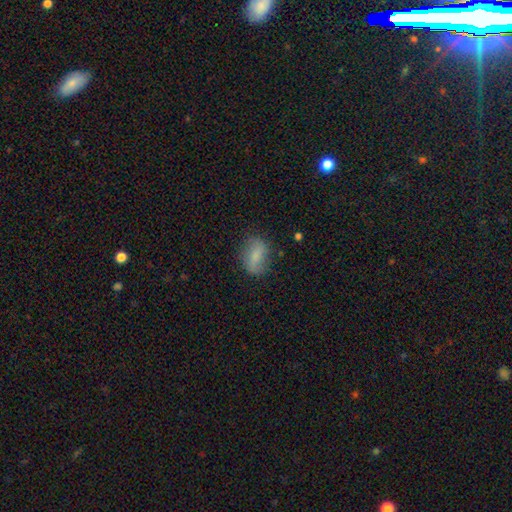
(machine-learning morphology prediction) type=smooth (72%); roundness=in between (81%); merging=none (74%).